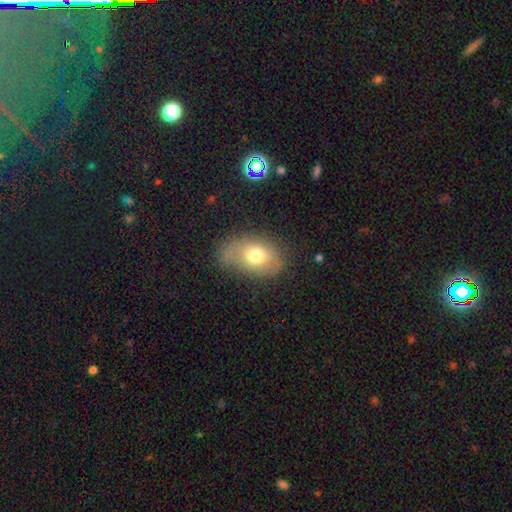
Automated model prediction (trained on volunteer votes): Q: Smooth or featured?
A: smooth (70%); runner-up: featured or disk (20%)
Q: How rounded?
A: in between (82%); runner-up: round (16%)
Q: Merging?
A: none (56%); runner-up: minor disturbance (27%)